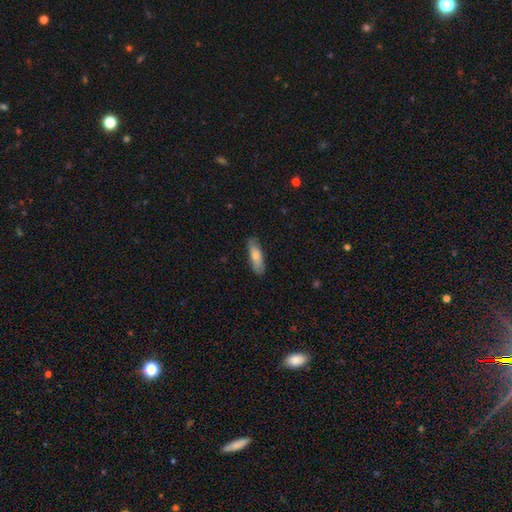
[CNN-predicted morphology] Smooth or featured: smooth — 73% (featured or disk — 21%)
How rounded: in between — 52% (cigar-shaped — 46%)
Merging: none — 81% (minor disturbance — 15%)